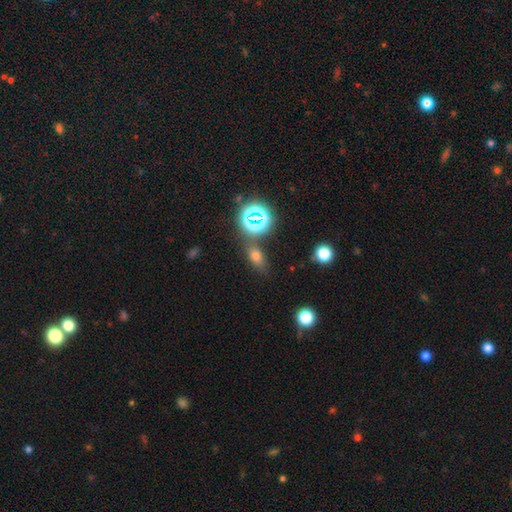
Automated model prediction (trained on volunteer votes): Overall: smooth (63%; star or artifact 26%). How rounded: in between (71%). Merging: none (74%).